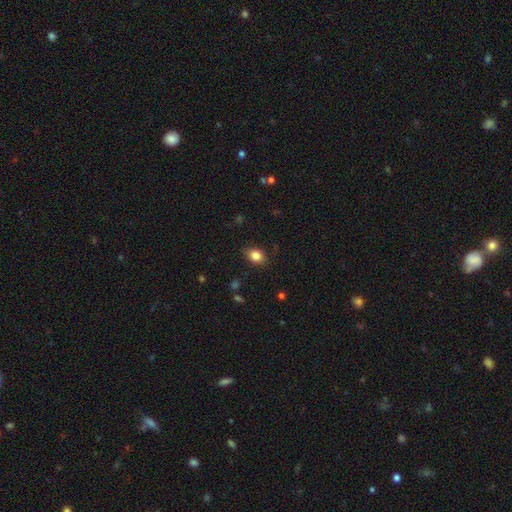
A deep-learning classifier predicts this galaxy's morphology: Overall: smooth (83%). How rounded: in between (65%; round 34%). Merging: none (85%).